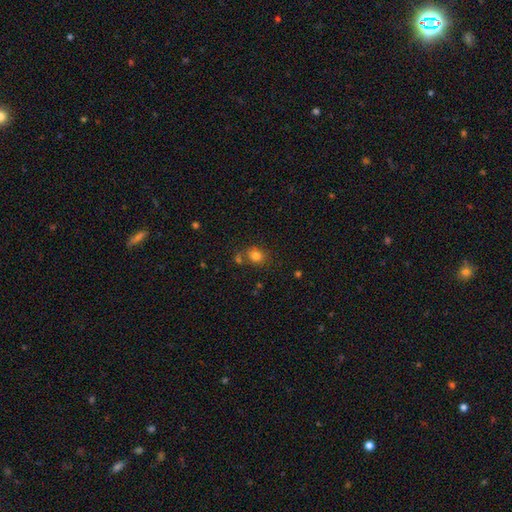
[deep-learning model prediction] Overall: smooth (80%). How rounded: round (64%; in between 35%). Merging: none (65%).